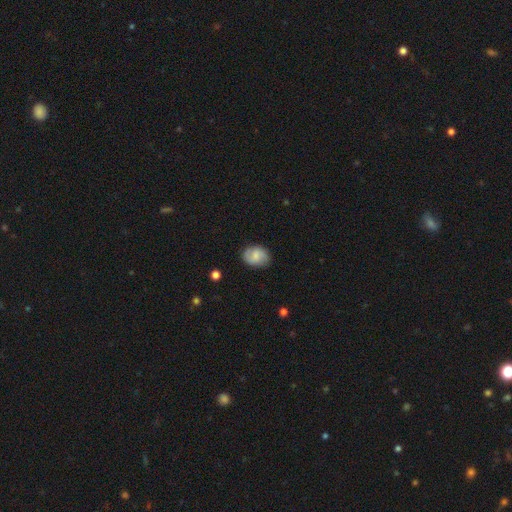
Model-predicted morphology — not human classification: The model was most divided on "how rounded": in between: 65%, round: 34%, cigar-shaped: 1%. More confident: merging — none (81%); smooth or featured — smooth (62%).